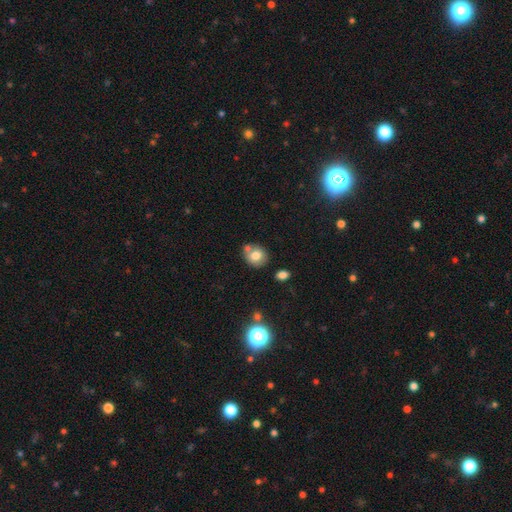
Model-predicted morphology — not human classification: Overall: smooth (74%). How rounded: round (74%). Merging: none (60%; merger 23%).